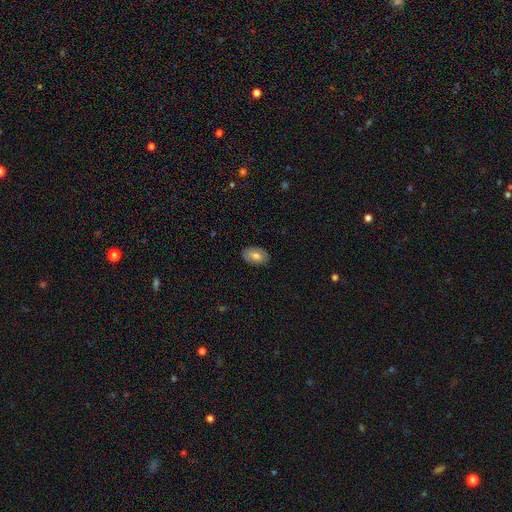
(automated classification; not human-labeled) A smooth galaxy with no disk features (70%) that is in between round and cigar-shaped (91%).

Vote fractions:
- Smooth or featured? smooth: 70% / featured or disk: 23% / star or artifact: 7%
- How rounded? in between: 91% / round: 8% / cigar-shaped: 1%
- Merging? none: 86% / minor disturbance: 11% / major disturbance: 2% / merger: 1%